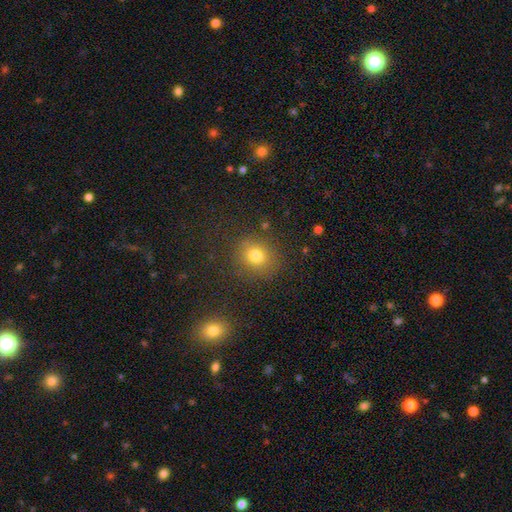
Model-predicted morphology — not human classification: smooth 76%, star or artifact 16%, featured or disk 8%. Down the decision tree: how rounded — round (76%); merging — none (83%).